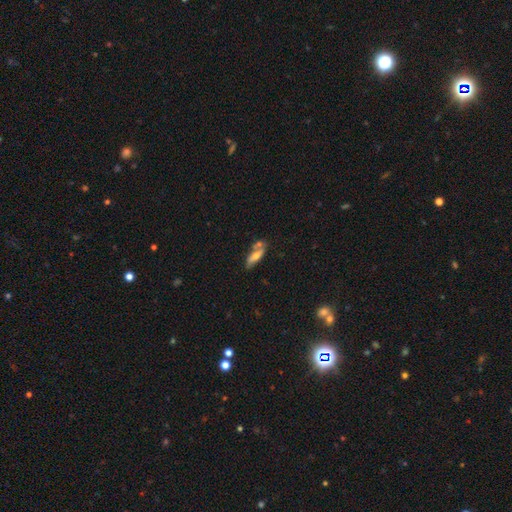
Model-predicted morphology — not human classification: Smooth or featured? Predicted: smooth (p=0.54). How rounded? Predicted: in between (p=0.50). Merging? Predicted: none (p=0.59).